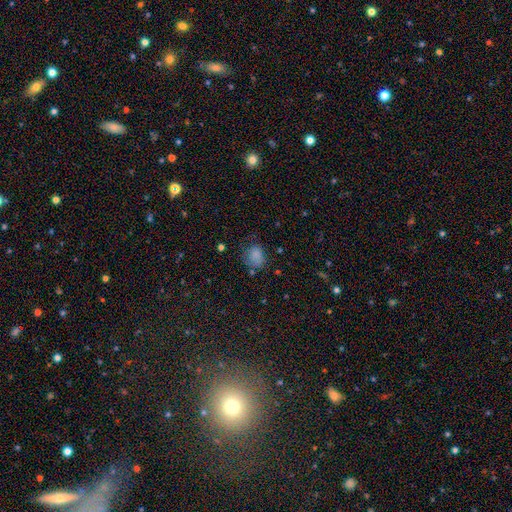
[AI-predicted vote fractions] This is likely a smooth galaxy (79%). How rounded: possibly in between (51%). Merging: possibly none (58%).